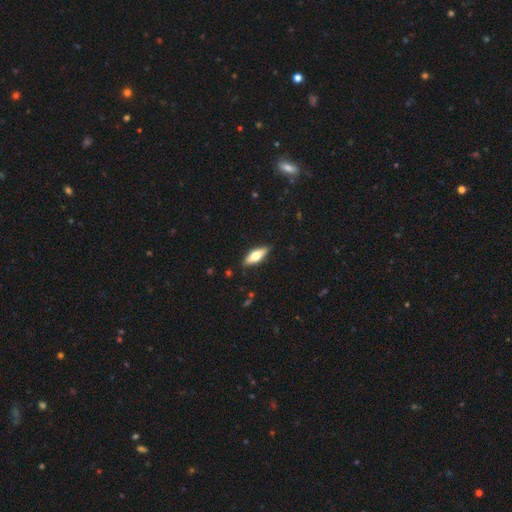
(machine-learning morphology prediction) smooth-or-featured: smooth: 51% | featured or disk: 43% | star or artifact: 6%
  how-rounded: in between: 59% | cigar-shaped: 38% | round: 3%
  merging: none: 88% | minor disturbance: 9% | major disturbance: 2% | merger: 1%